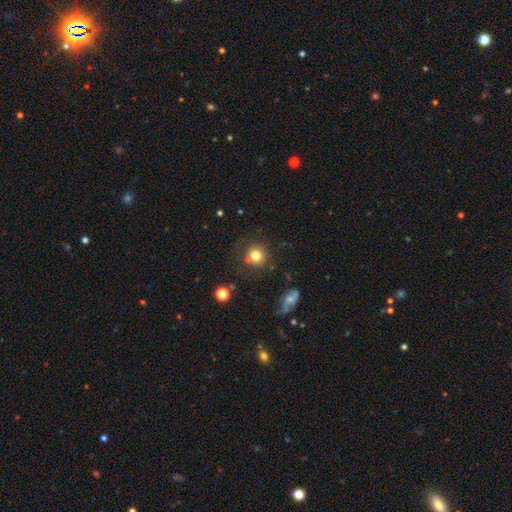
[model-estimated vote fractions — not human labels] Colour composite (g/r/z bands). It shows a smooth galaxy with no disk features (78%) that is round (91%). Merging: none (75%).